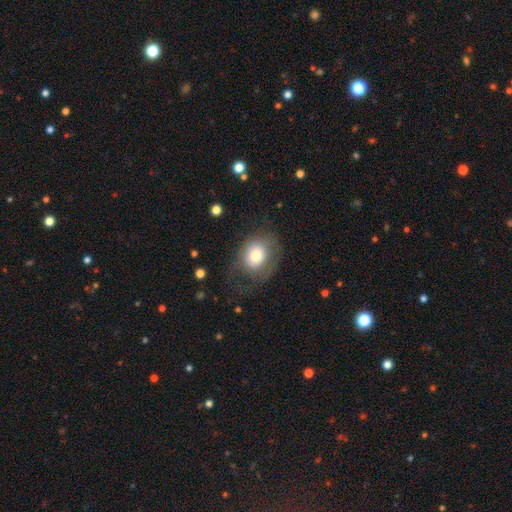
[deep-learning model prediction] Overall: smooth (72%). How rounded: round (51%; in between 48%). Merging: none (49%; major disturbance 25%).